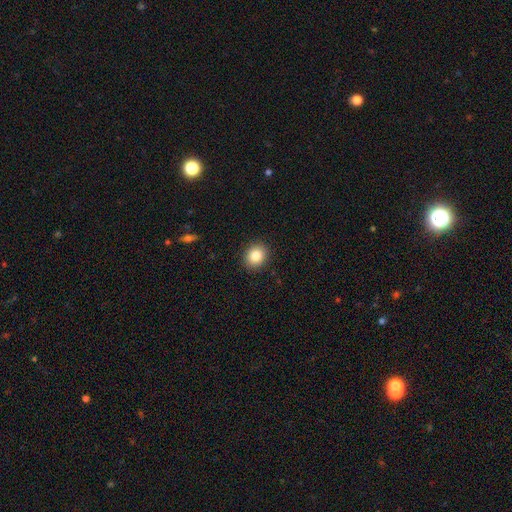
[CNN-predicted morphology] The model was most divided on "how rounded": round: 71%, in between: 28%, cigar-shaped: 1%. More confident: merging — none (91%); smooth or featured — smooth (84%).